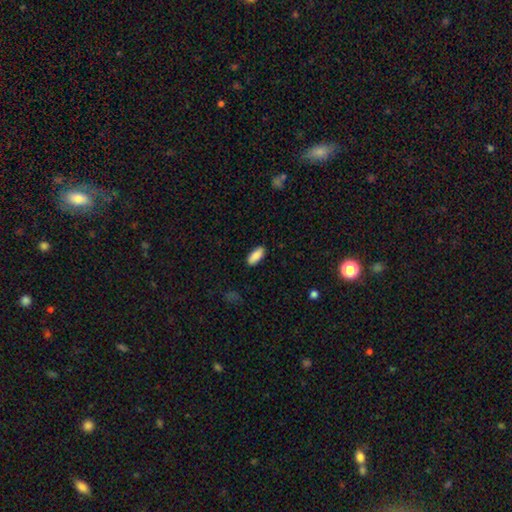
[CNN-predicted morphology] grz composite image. It shows a smooth galaxy with no disk features (89%) that is in between round and cigar-shaped (83%). Merging: none (89%).